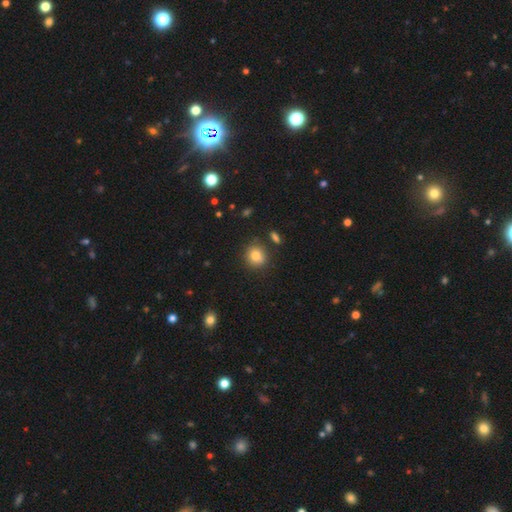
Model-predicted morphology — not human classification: Smooth or featured? Predicted: smooth (p=0.82). How rounded? Predicted: round (p=0.79). Merging? Predicted: none (p=0.84).